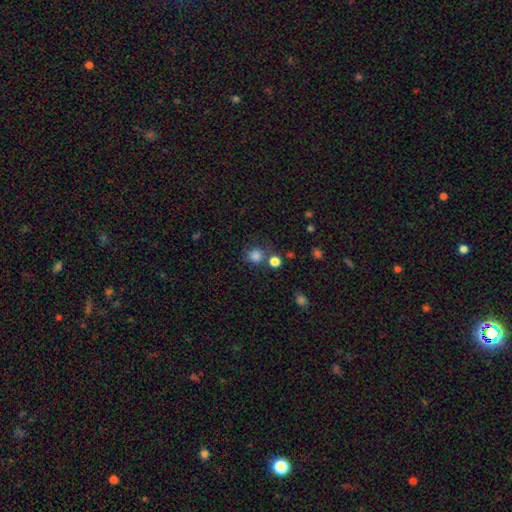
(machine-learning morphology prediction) This appears to be a smooth galaxy with no disk features (82%) that is round (87%). Merging: none (66%).